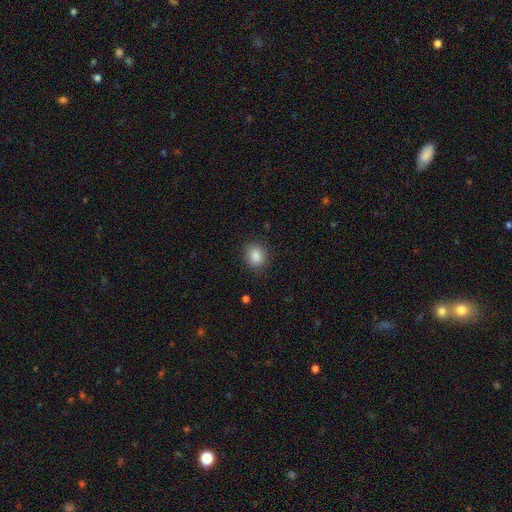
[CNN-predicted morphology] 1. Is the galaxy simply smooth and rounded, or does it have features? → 87% smooth, 9% star or artifact, 4% featured or disk.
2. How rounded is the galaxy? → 67% round, 32% in between, 1% cigar-shaped.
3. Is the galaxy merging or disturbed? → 86% none, 10% minor disturbance, 3% major disturbance, 1% merger.